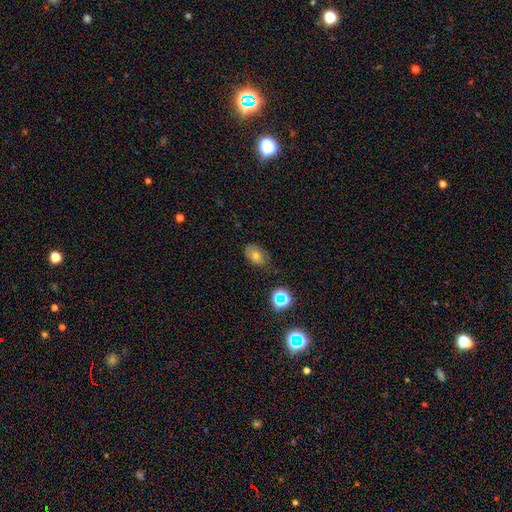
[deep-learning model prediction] A smooth galaxy with no disk features (61%) that is in between round and cigar-shaped (82%).

Vote fractions:
- Smooth or featured? smooth: 61% / featured or disk: 23% / star or artifact: 16%
- How rounded? in between: 82% / round: 16% / cigar-shaped: 1%
- Merging? none: 68% / minor disturbance: 23% / major disturbance: 6% / merger: 2%